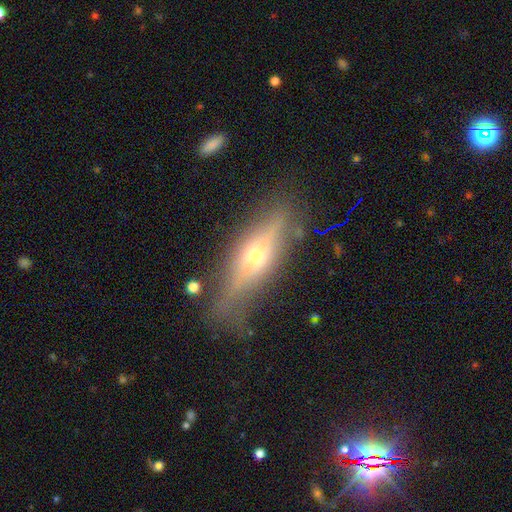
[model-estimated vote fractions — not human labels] Overall: featured or disk (64%; smooth 29%). Edge-on disk: yes (87%). Edge-on bulge: rounded (91%). Merging: none (72%).